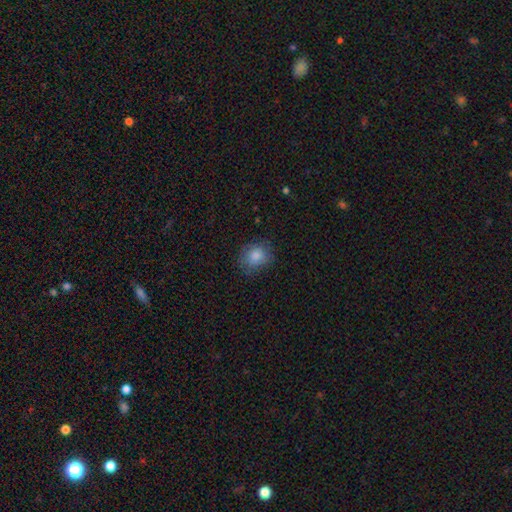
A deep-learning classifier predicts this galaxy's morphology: The model was most divided on "how rounded": round: 75%, in between: 24%, cigar-shaped: 1%. More confident: smooth or featured — smooth (81%); merging — none (76%).